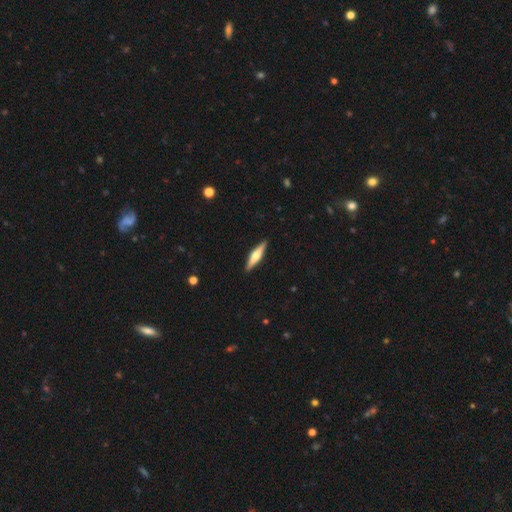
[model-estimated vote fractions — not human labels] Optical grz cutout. It shows a featured or disk galaxy (56%) viewed edge-on (96%) with a rounded central bulge (87%). Merging: none (91%).